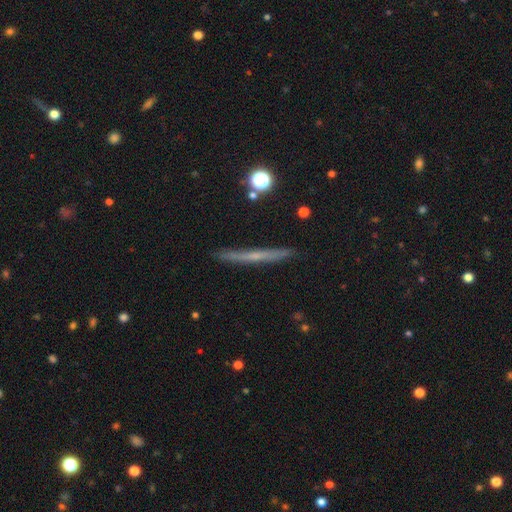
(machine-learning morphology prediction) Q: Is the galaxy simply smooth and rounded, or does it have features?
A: featured or disk — 57%.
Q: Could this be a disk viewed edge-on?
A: yes — 96%.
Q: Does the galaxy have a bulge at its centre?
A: none — 67%.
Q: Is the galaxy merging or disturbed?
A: none — 88%.